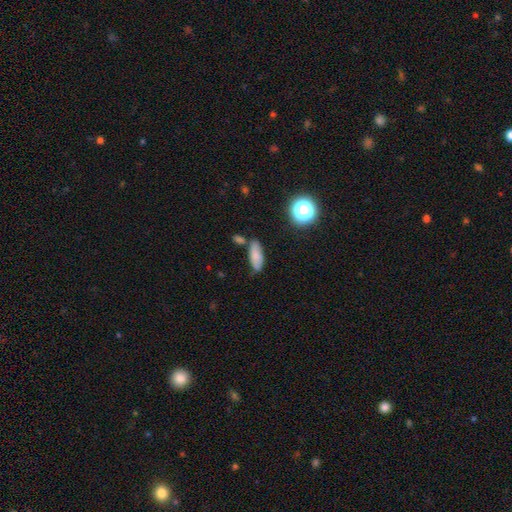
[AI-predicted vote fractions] Smooth or featured? Predicted: smooth (p=0.79). How rounded? Predicted: in between (p=0.72). Merging? Predicted: none (p=0.65).